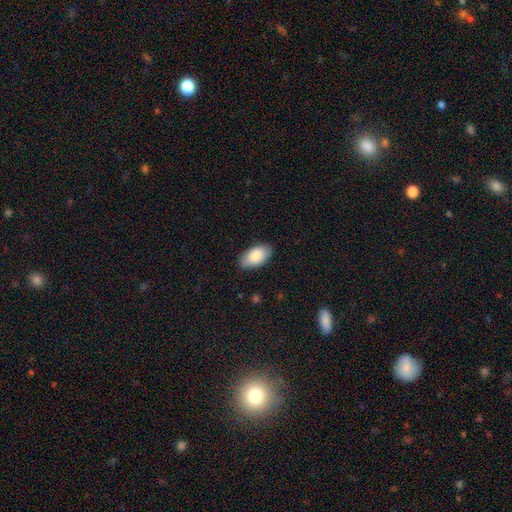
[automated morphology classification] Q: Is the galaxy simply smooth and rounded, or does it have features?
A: smooth — 86%.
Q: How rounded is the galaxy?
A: in between — 95%.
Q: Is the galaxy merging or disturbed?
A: none — 86%.